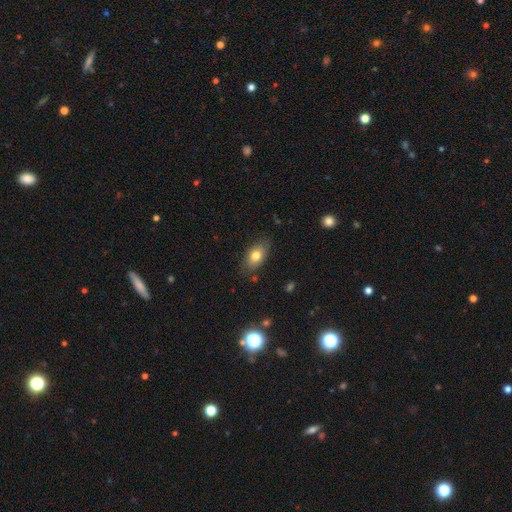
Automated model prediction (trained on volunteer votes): Overall: smooth (77%). How rounded: in between (88%). Merging: none (81%).